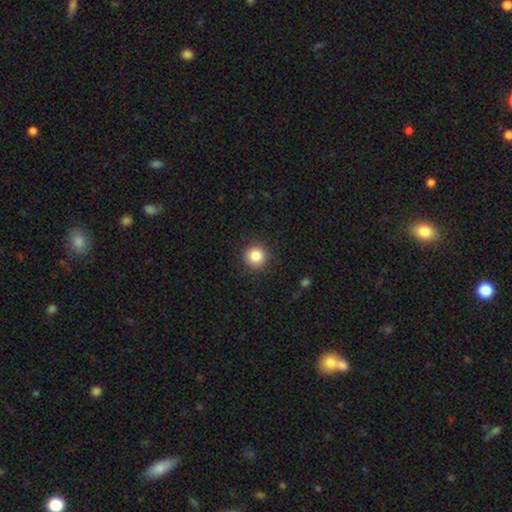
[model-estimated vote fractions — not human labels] Morphology: type=smooth (85%); roundness=round (95%); merging=none (91%).